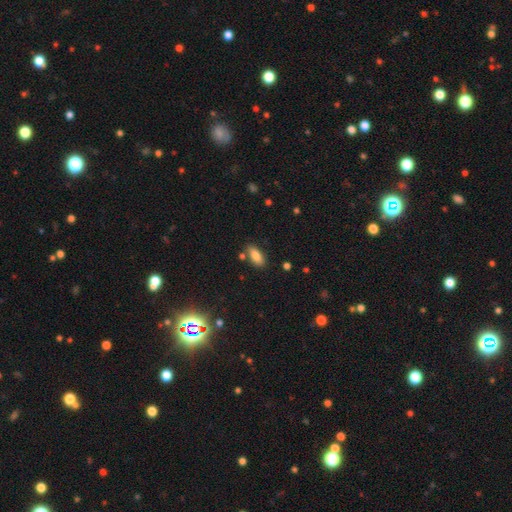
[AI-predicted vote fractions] Morphology: type=smooth (83%); roundness=in between (84%); merging=none (78%).